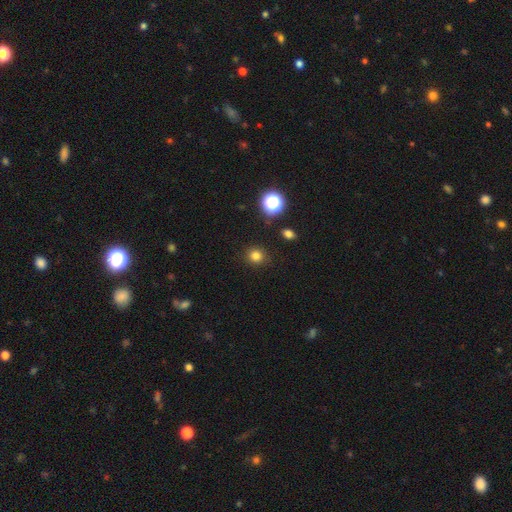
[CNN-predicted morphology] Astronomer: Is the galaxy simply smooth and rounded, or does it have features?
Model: smooth — 79%.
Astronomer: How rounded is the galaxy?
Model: round — 88%.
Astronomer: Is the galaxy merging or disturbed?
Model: none — 89%.